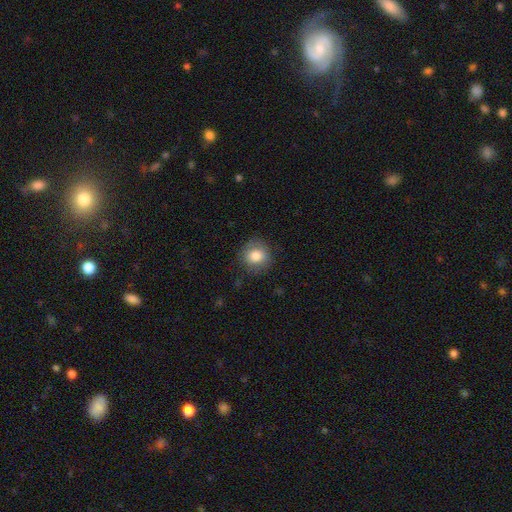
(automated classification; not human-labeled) A smooth galaxy with no disk features (81%) that is round (85%).

Vote fractions:
- Smooth or featured? smooth: 81% / featured or disk: 10% / star or artifact: 9%
- How rounded? round: 85% / in between: 14% / cigar-shaped: 1%
- Merging? none: 82% / minor disturbance: 13% / major disturbance: 4% / merger: 1%